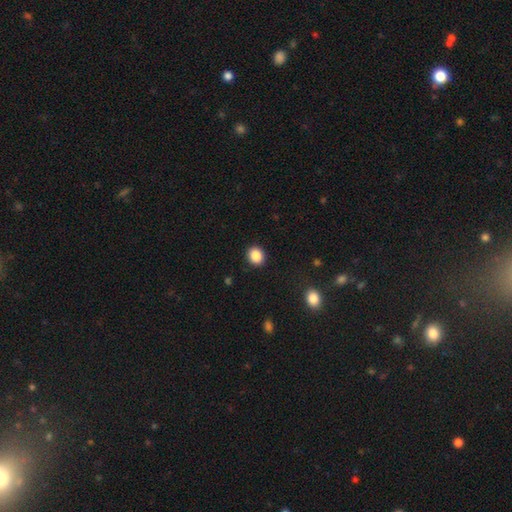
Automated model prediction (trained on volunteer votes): The model was most divided on "how rounded": round: 75%, in between: 24%, cigar-shaped: 1%. More confident: merging — none (91%); smooth or featured — smooth (88%).